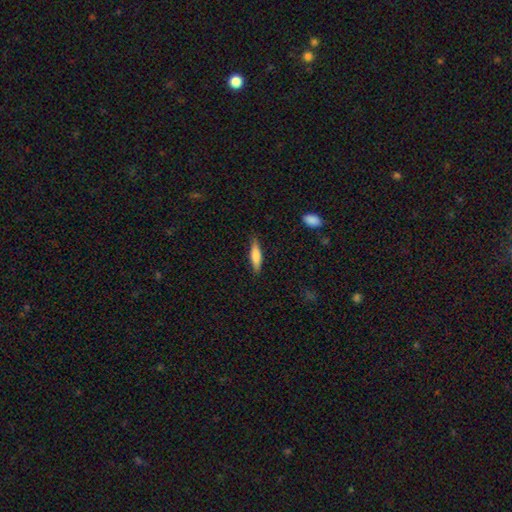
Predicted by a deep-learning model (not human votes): This appears to be a smooth galaxy with no disk features (73%) that is cigar-shaped (73%). Merging: none (85%).